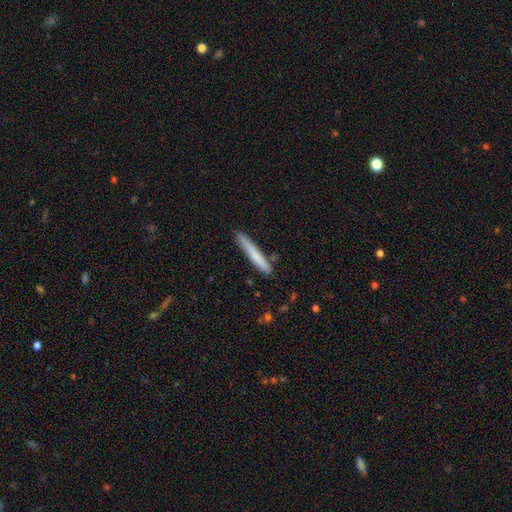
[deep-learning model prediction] smooth-or-featured: smooth: 72% | featured or disk: 22% | star or artifact: 6%
  how-rounded: cigar-shaped: 96% | in between: 3% | round: 1%
  merging: none: 83% | minor disturbance: 12% | merger: 3% | major disturbance: 2%